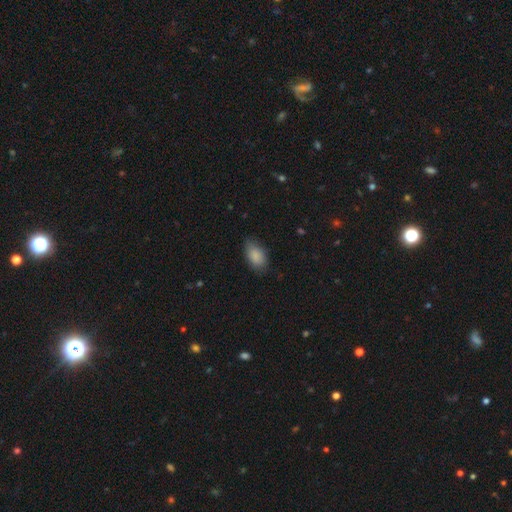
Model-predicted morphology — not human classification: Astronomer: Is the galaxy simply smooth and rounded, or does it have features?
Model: smooth — 87%.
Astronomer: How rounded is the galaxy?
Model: in between — 91%.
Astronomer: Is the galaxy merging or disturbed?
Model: none — 74%.